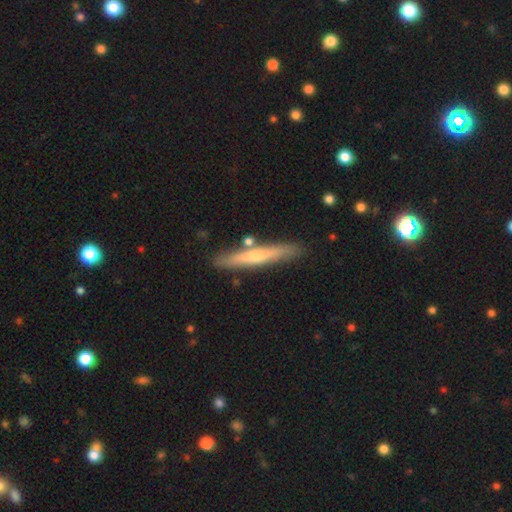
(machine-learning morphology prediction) Smooth or featured? Predicted: smooth (p=0.48). Merging? Predicted: none (p=0.83).